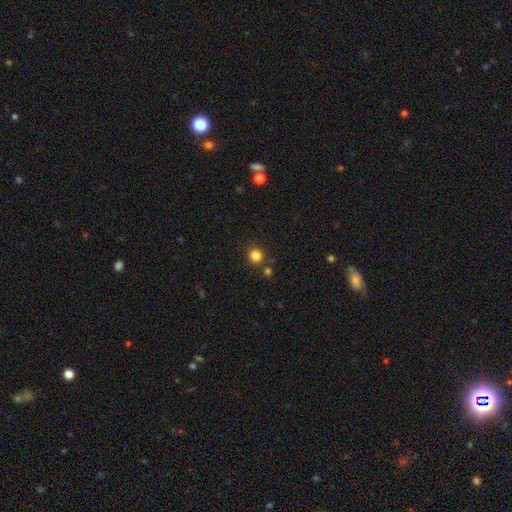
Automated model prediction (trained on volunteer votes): Overall: smooth (83%). How rounded: round (92%). Merging: none (84%).